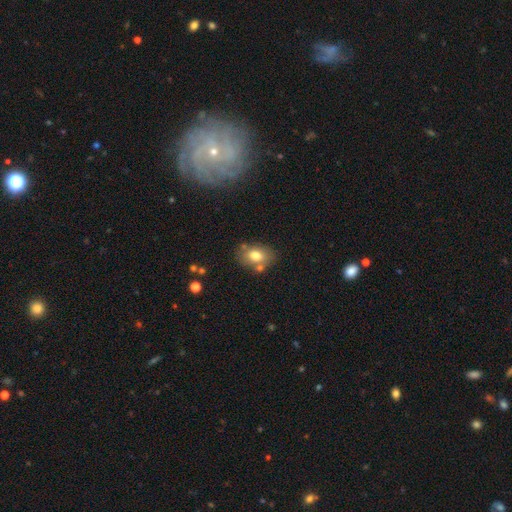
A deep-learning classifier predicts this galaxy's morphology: Smooth or featured?
  - smooth: 74% *
  - featured or disk: 16%
  - star or artifact: 9%
How rounded?
  - in between: 74% *
  - round: 25%
  - cigar-shaped: 1%
Merging?
  - none: 66% *
  - minor disturbance: 16%
  - merger: 13%
  - major disturbance: 5%